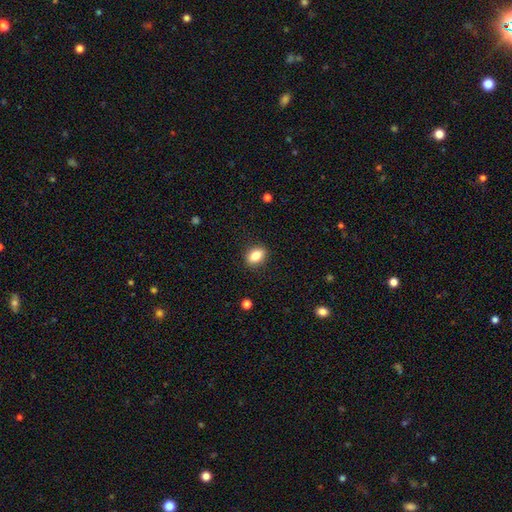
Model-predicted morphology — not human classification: Q: Smooth or featured?
A: smooth (83%); runner-up: featured or disk (8%)
Q: How rounded?
A: in between (77%); runner-up: round (20%)
Q: Merging?
A: none (88%); runner-up: minor disturbance (8%)